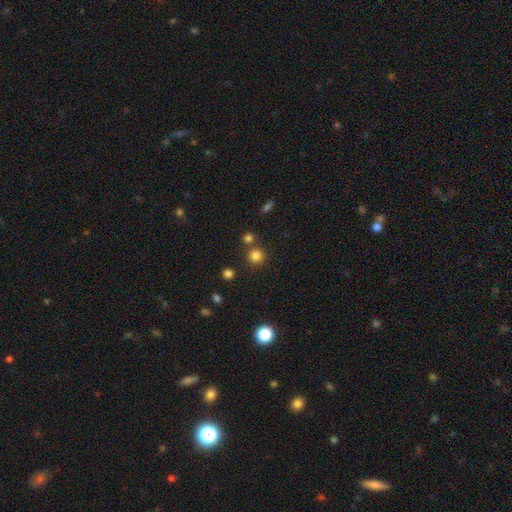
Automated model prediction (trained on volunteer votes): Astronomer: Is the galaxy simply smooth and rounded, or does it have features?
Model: smooth — 81%.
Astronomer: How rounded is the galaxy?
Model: round — 93%.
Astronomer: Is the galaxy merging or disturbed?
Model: none — 77%.